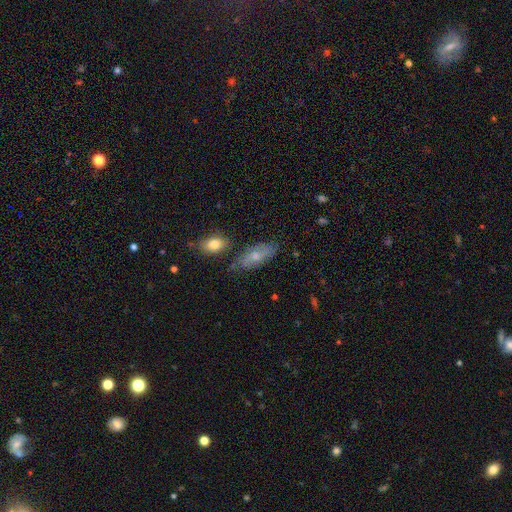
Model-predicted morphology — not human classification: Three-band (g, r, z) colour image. It shows a smooth galaxy with no disk features (57%) that is in between round and cigar-shaped (82%). Merging: none (69%).